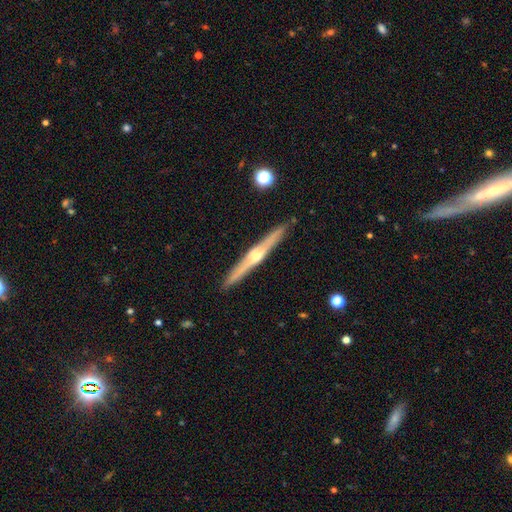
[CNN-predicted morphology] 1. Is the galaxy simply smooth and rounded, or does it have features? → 76% featured or disk, 18% smooth, 5% star or artifact.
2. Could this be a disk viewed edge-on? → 98% yes, 2% no.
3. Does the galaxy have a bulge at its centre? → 89% rounded, 7% none, 3% boxy.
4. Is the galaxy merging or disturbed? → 91% none, 6% minor disturbance, 1% major disturbance, 1% merger.